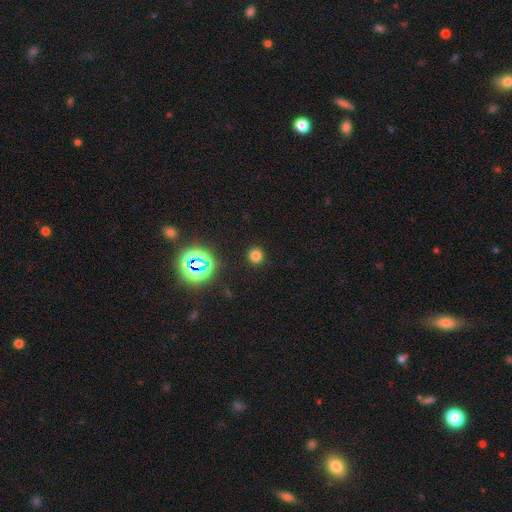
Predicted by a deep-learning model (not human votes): Smooth or featured? Predicted: smooth (p=0.72). How rounded? Predicted: round (p=0.92). Merging? Predicted: none (p=0.90).